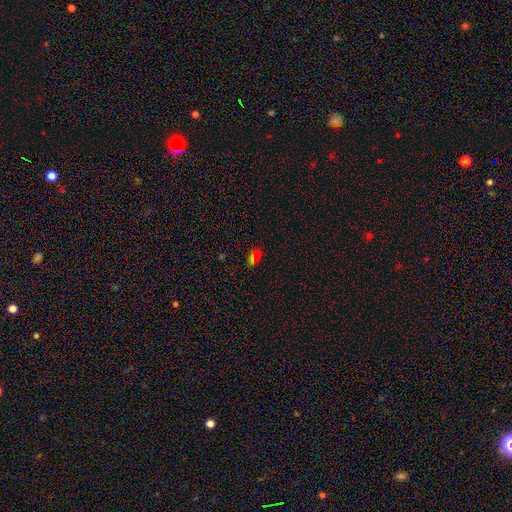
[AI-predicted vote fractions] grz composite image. It shows a smooth galaxy with no disk features (56%) that is in between round and cigar-shaped (83%). Merging: none (67%).